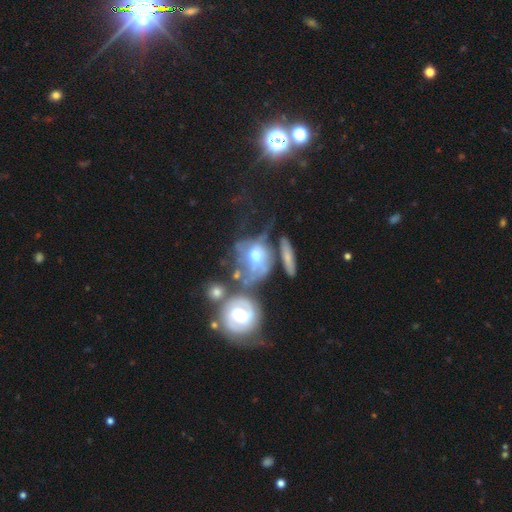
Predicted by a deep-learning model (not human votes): smooth_or_featured: featured or disk (p=0.53) [alt: smooth p=0.35]
disk_edge_on: no (p=0.93) [alt: yes p=0.07]
merging: merger (p=0.34) [tied with: major disturbance p=0.34]